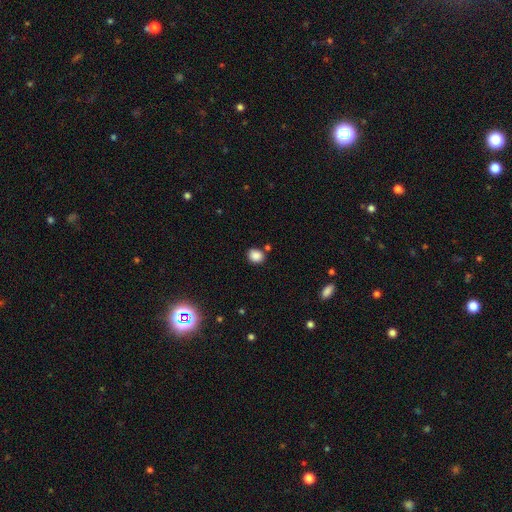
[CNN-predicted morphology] This appears to be a smooth galaxy with no disk features (86%) that is round (57%). Merging: none (77%).